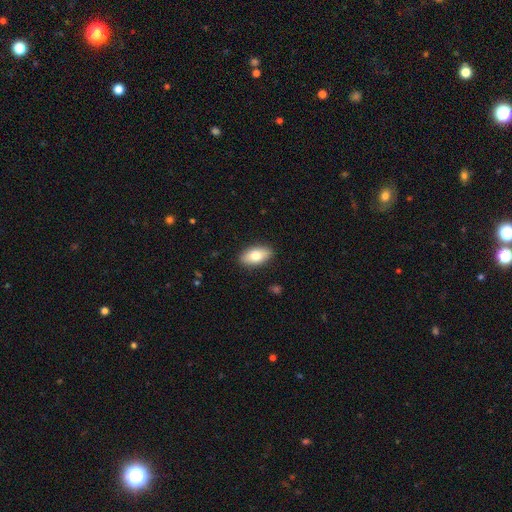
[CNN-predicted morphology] This appears to be a smooth galaxy with no disk features (77%) that is in between round and cigar-shaped (91%). Merging: none (89%).